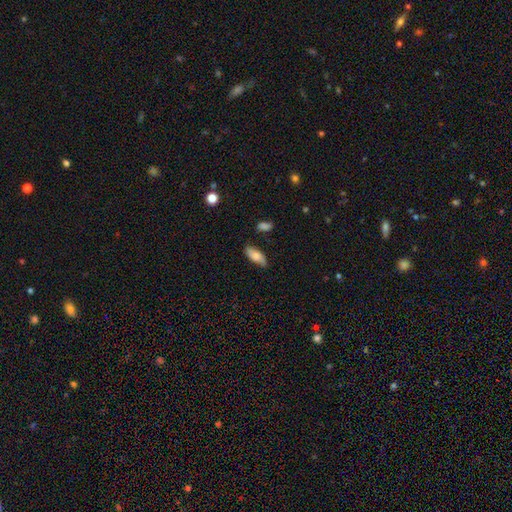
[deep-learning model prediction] Smooth or featured? smooth (70%)
How rounded? in between (83%)
Merging? none (75%)